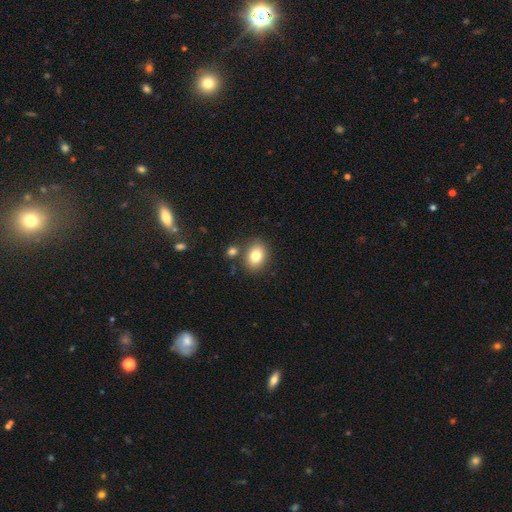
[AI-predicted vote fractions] The model was most divided on "how rounded": in between: 60%, round: 39%, cigar-shaped: 1%. More confident: smooth or featured — smooth (81%); merging — none (78%).